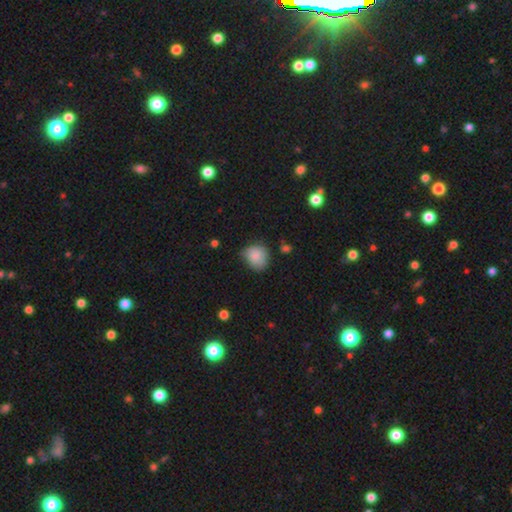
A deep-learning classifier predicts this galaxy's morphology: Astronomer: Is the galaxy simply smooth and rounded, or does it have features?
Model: smooth — 83%.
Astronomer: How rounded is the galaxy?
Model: round — 71%.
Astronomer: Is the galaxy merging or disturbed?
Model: none — 55% (runner-up: minor disturbance, 35%).